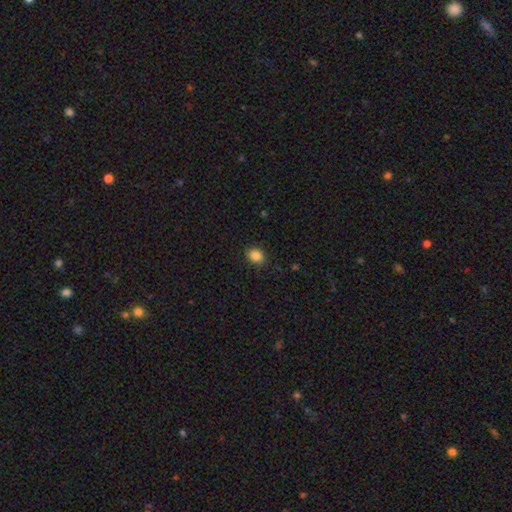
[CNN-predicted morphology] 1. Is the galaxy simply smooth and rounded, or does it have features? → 86% smooth, 10% star or artifact, 4% featured or disk.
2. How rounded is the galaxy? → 53% in between, 46% round, 1% cigar-shaped.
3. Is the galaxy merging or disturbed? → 88% none, 9% minor disturbance, 2% major disturbance, 1% merger.